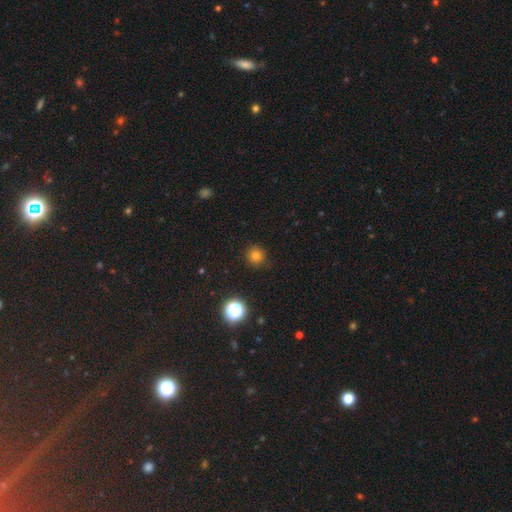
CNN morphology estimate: Smooth or featured? smooth (77%)
How rounded? round (94%)
Merging? none (89%)